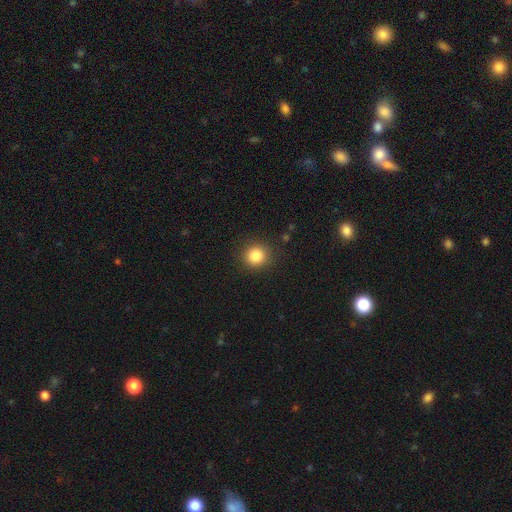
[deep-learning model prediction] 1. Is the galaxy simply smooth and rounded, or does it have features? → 83% smooth, 11% star or artifact, 6% featured or disk.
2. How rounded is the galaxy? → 89% round, 10% in between, 1% cigar-shaped.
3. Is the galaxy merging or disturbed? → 89% none, 7% minor disturbance, 3% major disturbance, 1% merger.